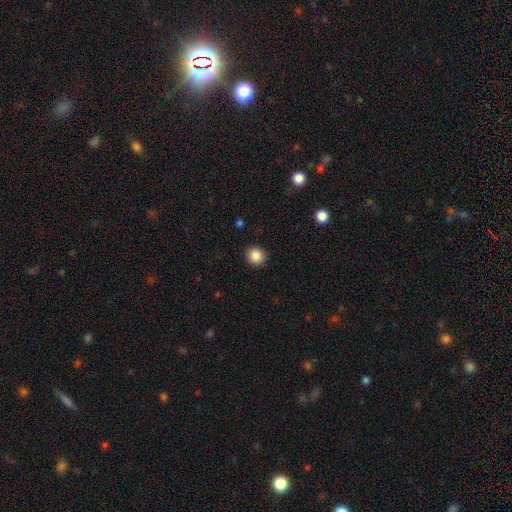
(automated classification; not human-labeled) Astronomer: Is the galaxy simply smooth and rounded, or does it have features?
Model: smooth — 88%.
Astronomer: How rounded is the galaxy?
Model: round — 87%.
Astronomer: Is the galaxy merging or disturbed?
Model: none — 91%.